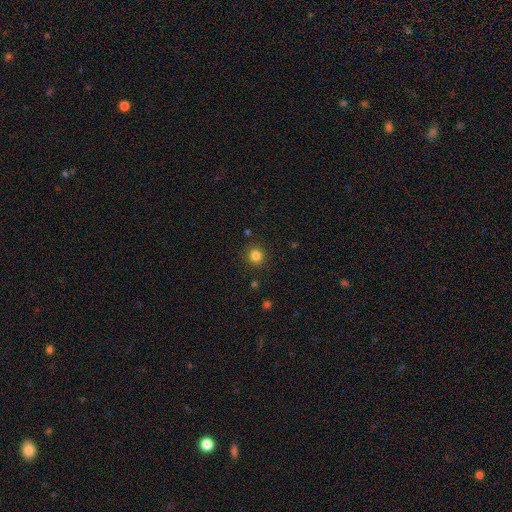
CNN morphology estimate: smooth-or-featured: smooth: 83% | star or artifact: 13% | featured or disk: 5%
  how-rounded: round: 92% | in between: 7% | cigar-shaped: 1%
  merging: none: 90% | minor disturbance: 6% | major disturbance: 2% | merger: 2%